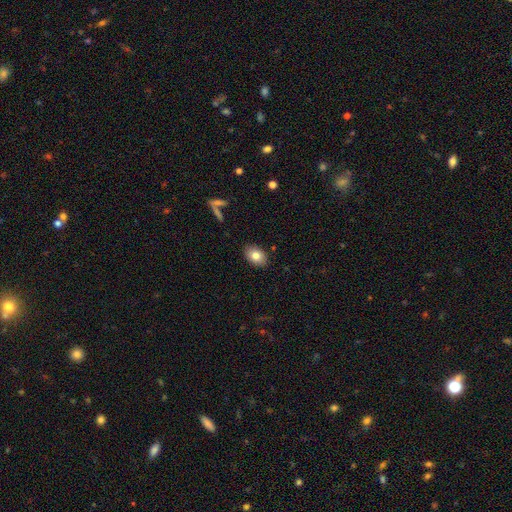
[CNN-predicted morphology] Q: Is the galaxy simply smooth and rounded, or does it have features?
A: smooth — 79%.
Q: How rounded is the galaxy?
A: in between — 81%.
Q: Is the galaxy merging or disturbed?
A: none — 88%.